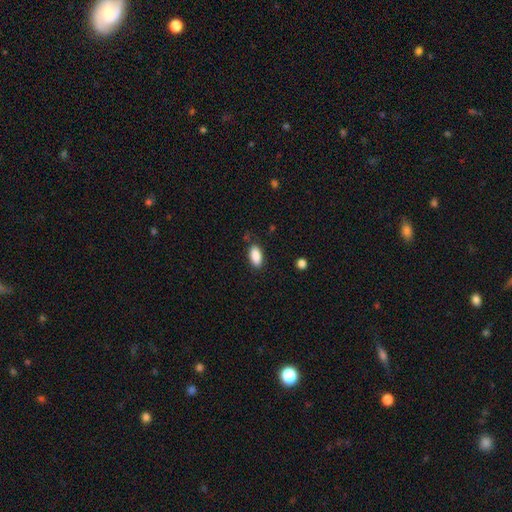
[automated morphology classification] Smooth or featured? smooth (89%)
How rounded? in between (91%)
Merging? none (82%)